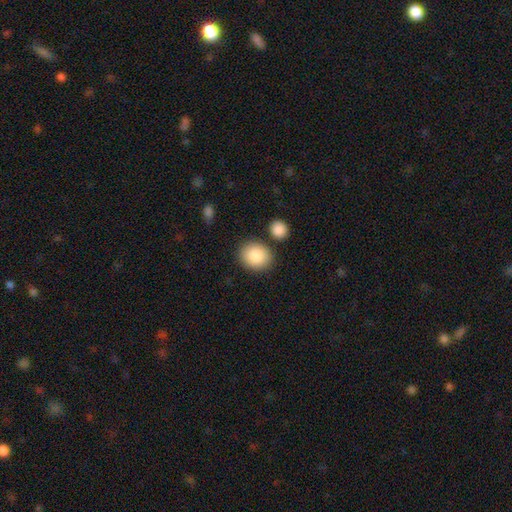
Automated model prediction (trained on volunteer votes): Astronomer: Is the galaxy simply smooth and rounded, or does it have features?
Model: smooth — 88%.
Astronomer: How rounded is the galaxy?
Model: round — 65%.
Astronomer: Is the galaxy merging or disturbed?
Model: none — 80%.